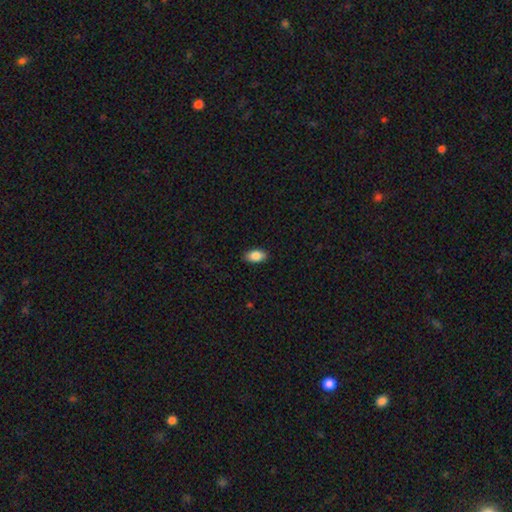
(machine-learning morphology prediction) The model was most divided on "smooth or featured": smooth: 87%, star or artifact: 7%, featured or disk: 6%. More confident: how rounded — in between (92%); merging — none (89%).